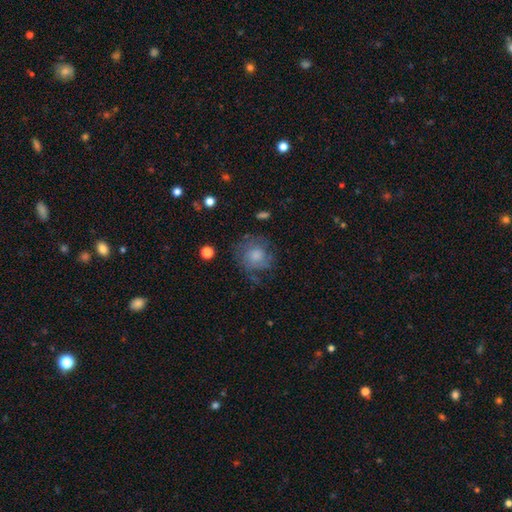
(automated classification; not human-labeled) Smooth or featured?
  - smooth: 60% *
  - featured or disk: 30%
  - star or artifact: 10%
How rounded?
  - round: 84% *
  - in between: 15%
  - cigar-shaped: 1%
Merging?
  - none: 57% *
  - minor disturbance: 23%
  - major disturbance: 18%
  - merger: 2%